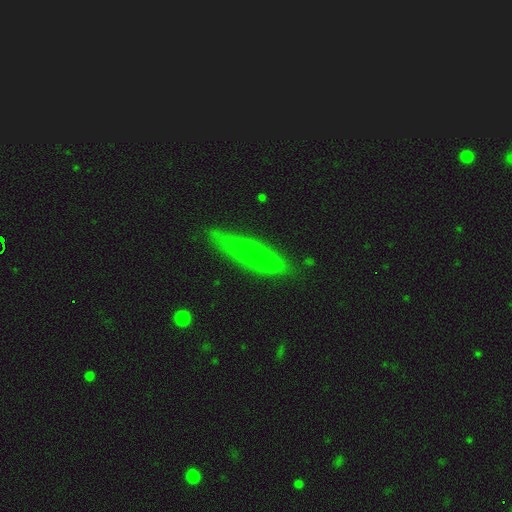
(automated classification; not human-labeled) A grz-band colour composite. It shows a smooth galaxy with no disk features (63%) that is cigar-shaped (82%). Merging: none (77%).